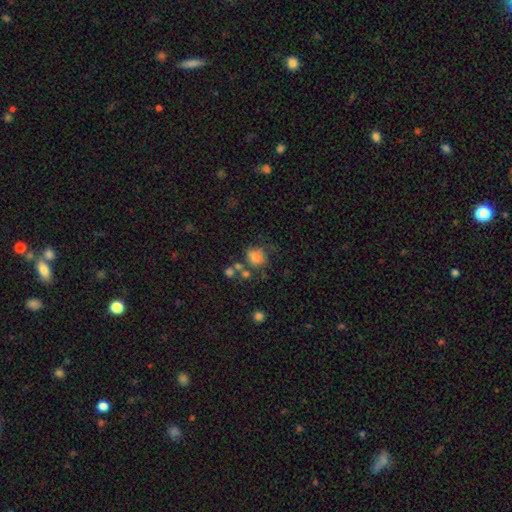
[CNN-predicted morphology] A smooth galaxy with no disk features (74%) that is round (65%). Merging: none (59%).